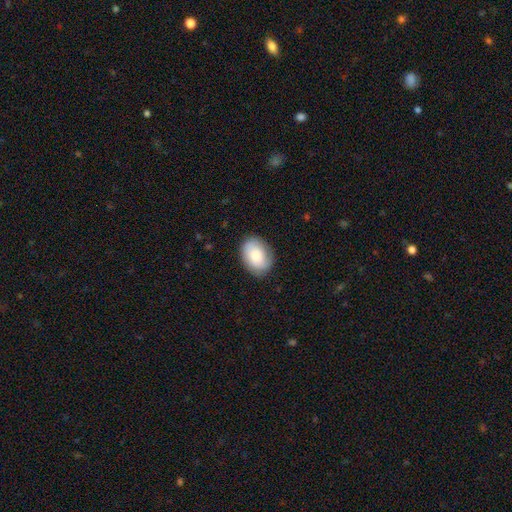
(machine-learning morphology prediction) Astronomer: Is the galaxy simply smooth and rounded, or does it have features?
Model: smooth — 78%.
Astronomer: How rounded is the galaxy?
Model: in between — 75%.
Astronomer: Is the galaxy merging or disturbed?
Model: none — 83%.